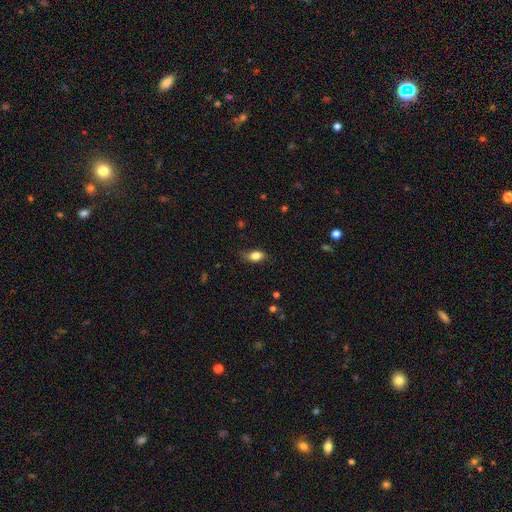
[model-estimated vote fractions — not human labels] smooth 81%, featured or disk 11%, star or artifact 8%. Down the decision tree: how rounded — in between (83%); merging — none (69%).